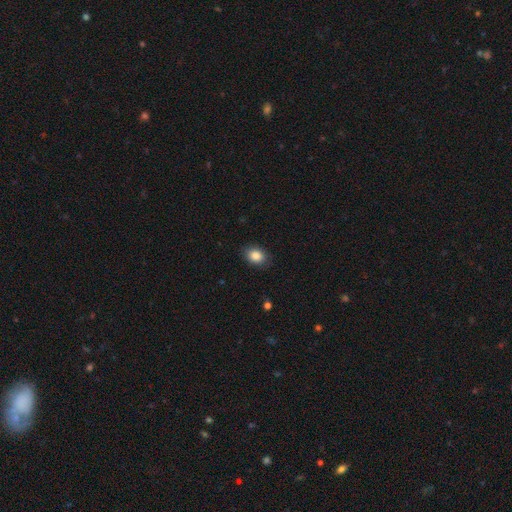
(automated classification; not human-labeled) Smooth or featured? smooth (86%)
How rounded? in between (65%)
Merging? none (86%)